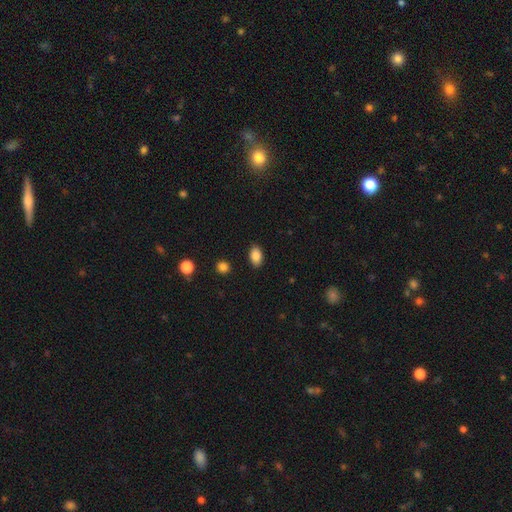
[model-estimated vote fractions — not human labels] This appears to be a smooth galaxy with no disk features (87%) that is in between round and cigar-shaped (89%). Merging: none (87%).